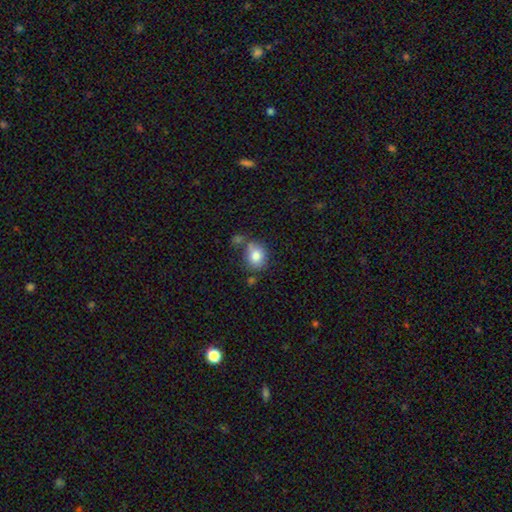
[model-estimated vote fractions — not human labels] Overall: smooth (82%). How rounded: round (57%; in between 42%). Merging: none (57%; minor disturbance 19%).